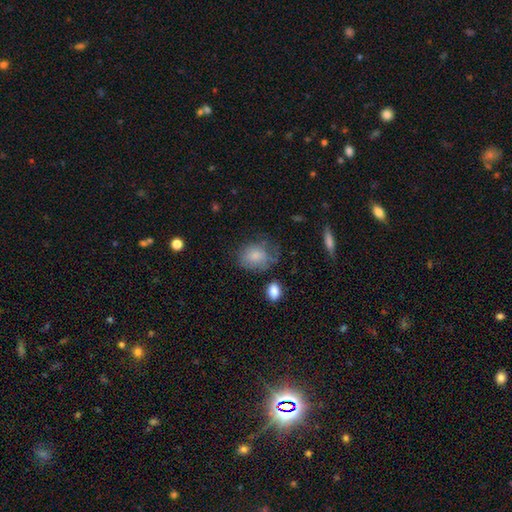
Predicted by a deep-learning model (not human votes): Smooth or featured?
  - smooth: 79% *
  - featured or disk: 12%
  - star or artifact: 8%
How rounded?
  - in between: 57% *
  - round: 42%
  - cigar-shaped: 1%
Merging?
  - none: 47% *
  - minor disturbance: 31%
  - major disturbance: 18%
  - merger: 4%